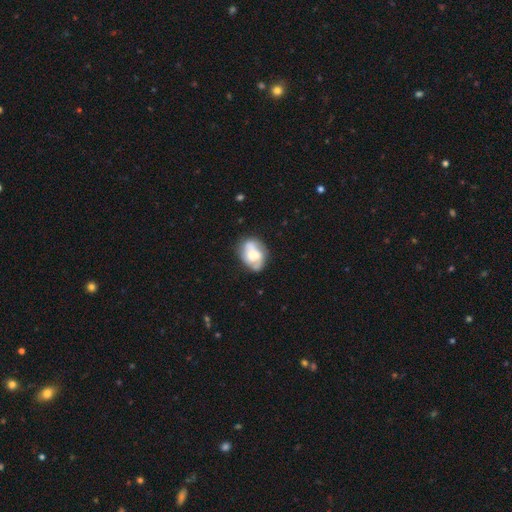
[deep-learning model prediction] Morphology: type=smooth (48%); merging=none (50%).